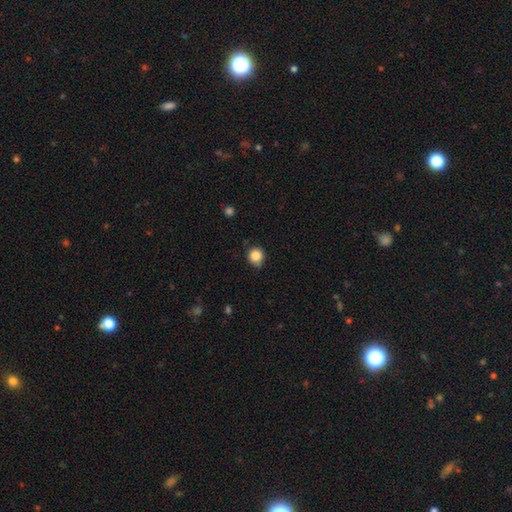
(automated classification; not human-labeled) smooth-or-featured: smooth: 86% | star or artifact: 10% | featured or disk: 4%
  how-rounded: round: 90% | in between: 9% | cigar-shaped: 1%
  merging: none: 76% | minor disturbance: 19% | major disturbance: 3% | merger: 2%